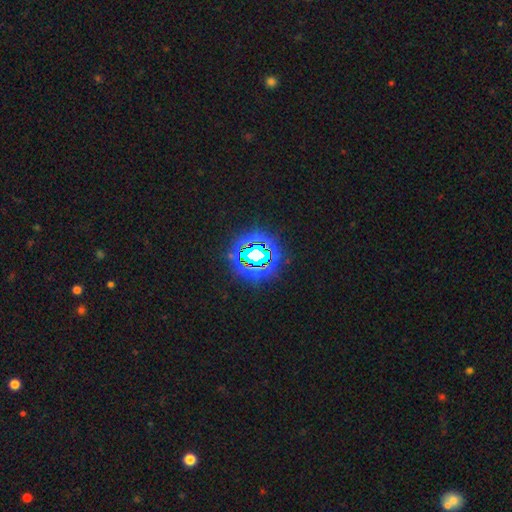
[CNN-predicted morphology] smooth_or_featured: star or artifact (p=0.73) [alt: smooth p=0.15]